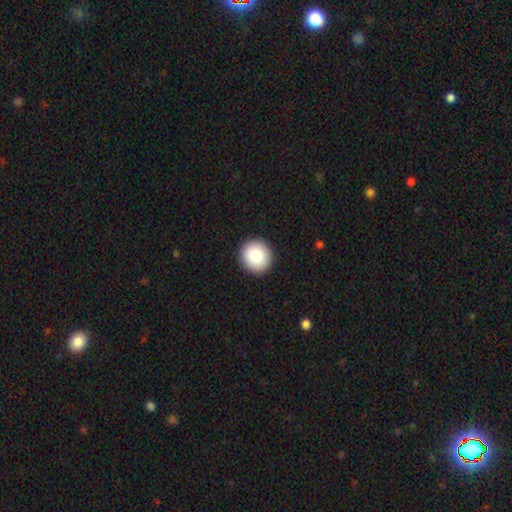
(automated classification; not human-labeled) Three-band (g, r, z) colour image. It shows a smooth galaxy with no disk features (88%) that is round (92%). Merging: none (92%).